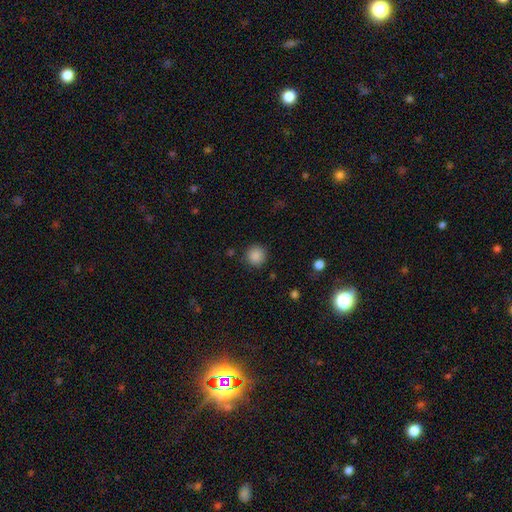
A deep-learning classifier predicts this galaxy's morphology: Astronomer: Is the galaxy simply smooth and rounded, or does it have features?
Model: smooth — 87%.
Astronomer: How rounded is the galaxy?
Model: round — 94%.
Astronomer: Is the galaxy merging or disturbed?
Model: none — 89%.